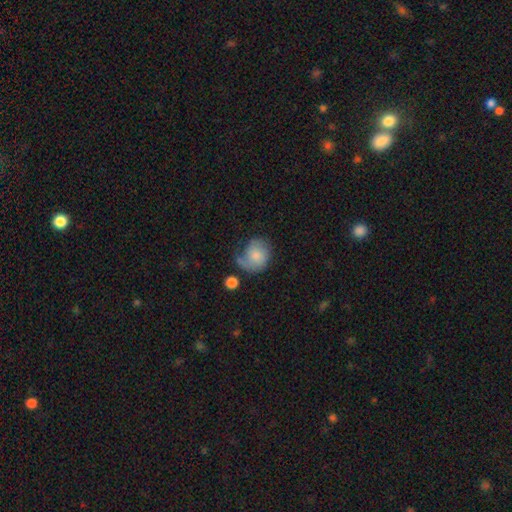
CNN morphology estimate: smooth 68%, featured or disk 24%, star or artifact 8%. Down the decision tree: how rounded — round (65%); merging — none (40%).